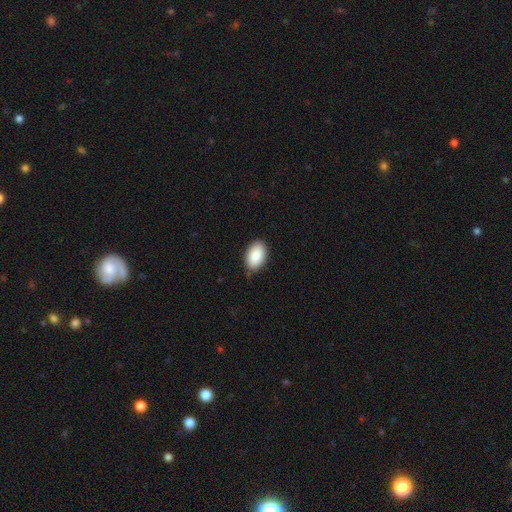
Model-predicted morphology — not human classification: Q: Smooth or featured?
A: smooth (90%); runner-up: star or artifact (6%)
Q: How rounded?
A: in between (94%); runner-up: round (5%)
Q: Merging?
A: none (83%); runner-up: minor disturbance (13%)